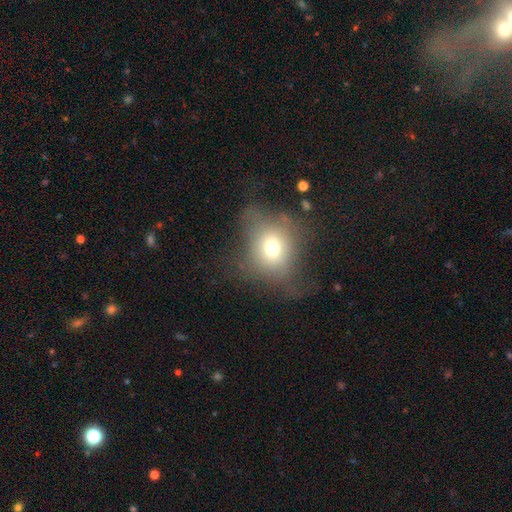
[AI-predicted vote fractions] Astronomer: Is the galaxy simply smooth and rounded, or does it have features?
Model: smooth — 52% (runner-up: featured or disk, 27%).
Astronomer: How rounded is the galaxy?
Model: round — 64%.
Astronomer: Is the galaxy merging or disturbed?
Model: none — 49% (runner-up: minor disturbance, 26%).